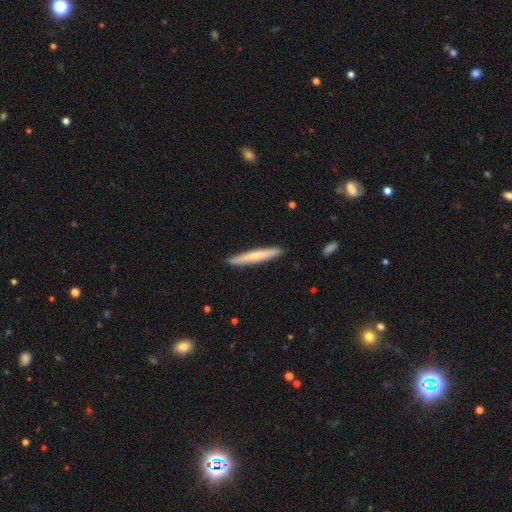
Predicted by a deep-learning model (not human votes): Q: Smooth or featured?
A: smooth (64%); runner-up: featured or disk (31%)
Q: How rounded?
A: cigar-shaped (96%); runner-up: in between (3%)
Q: Merging?
A: none (91%); runner-up: minor disturbance (6%)